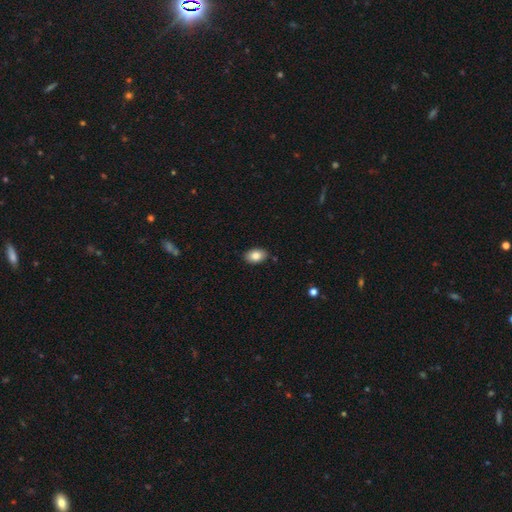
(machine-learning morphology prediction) smooth_or_featured: smooth (p=0.83) [alt: featured or disk p=0.09]
how_rounded: in between (p=0.90) [alt: round p=0.09]
merging: none (p=0.88) [alt: minor disturbance p=0.09]